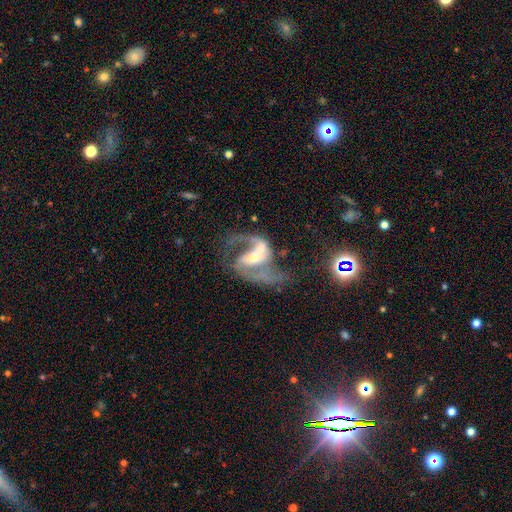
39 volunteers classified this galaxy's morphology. type=featured or disk (85%); edge-on=no (100%); bar=weak (48%); spiral arms=yes (91%); winding=medium (50%, tied with loose); arm count=2 (93%); bulge=moderate (70%); merging=merger (38%).